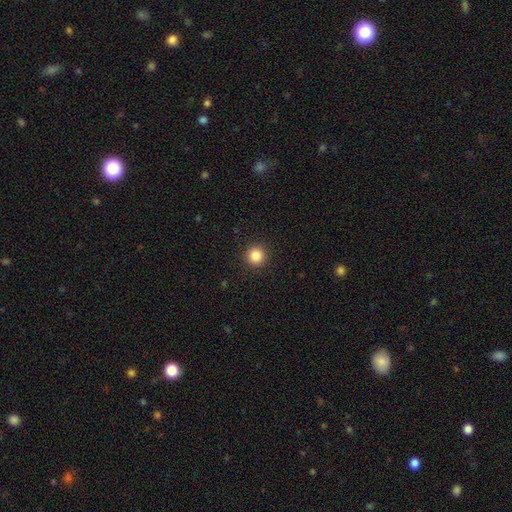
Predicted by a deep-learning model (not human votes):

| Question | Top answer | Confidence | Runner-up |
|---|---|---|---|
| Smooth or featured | smooth | 86% | star or artifact (11%) |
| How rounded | round | 95% | in between (4%) |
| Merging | none | 92% | minor disturbance (5%) |